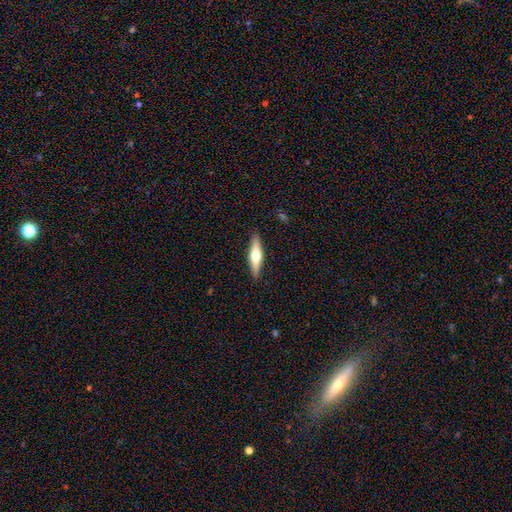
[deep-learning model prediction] This is possibly a featured or disk galaxy (55%). It is clearly viewed edge-on (95%). Edge-on bulge: clearly rounded (93%). Merging: clearly none (90%).